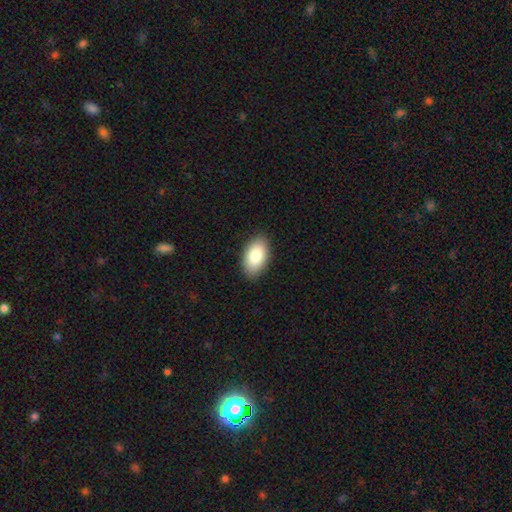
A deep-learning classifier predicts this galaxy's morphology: A smooth galaxy with no disk features (84%) that is in between round and cigar-shaped (95%). Merging: none (88%).